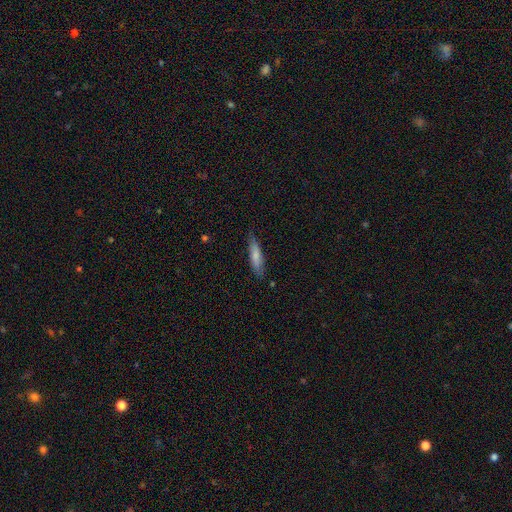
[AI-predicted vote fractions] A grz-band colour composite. It shows a smooth galaxy with no disk features (72%) that is cigar-shaped (73%). Merging: none (79%).